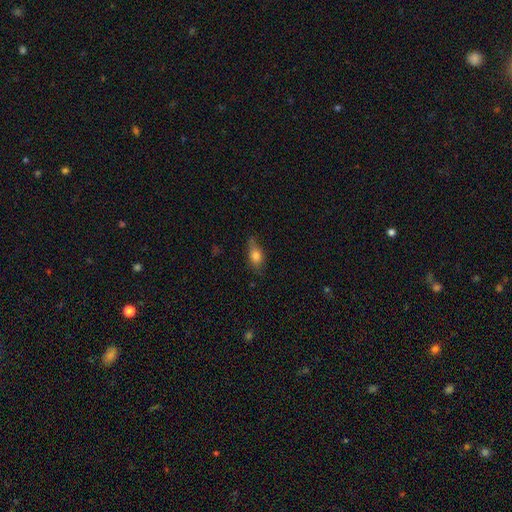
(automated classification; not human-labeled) smooth-or-featured: smooth: 76% | featured or disk: 16% | star or artifact: 9%
  how-rounded: in between: 77% | round: 12% | cigar-shaped: 10%
  merging: none: 62% | minor disturbance: 29% | major disturbance: 7% | merger: 2%